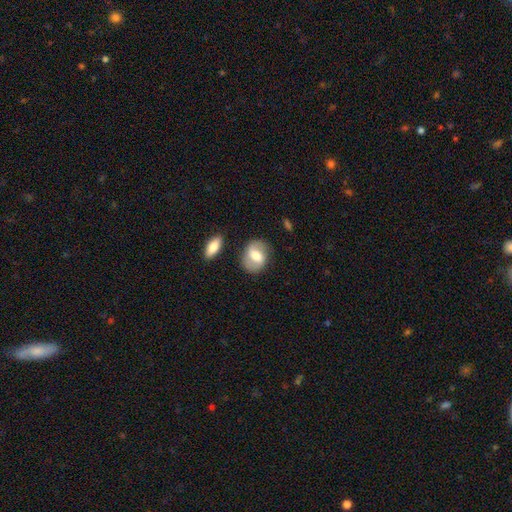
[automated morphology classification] Smooth or featured?
  - smooth: 52% *
  - featured or disk: 41%
  - star or artifact: 7%
How rounded?
  - in between: 58% *
  - round: 40%
  - cigar-shaped: 2%
Merging?
  - none: 77% *
  - minor disturbance: 14%
  - major disturbance: 5%
  - merger: 4%